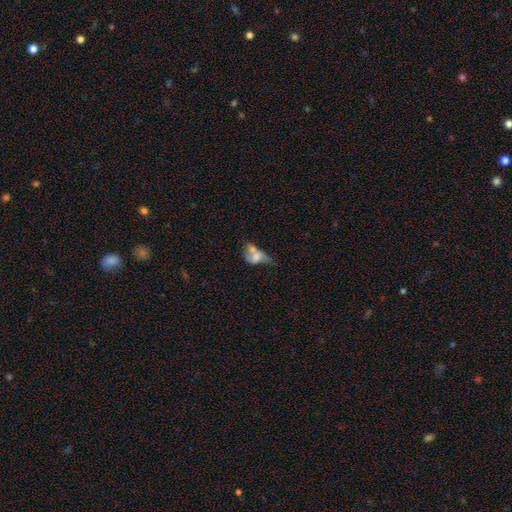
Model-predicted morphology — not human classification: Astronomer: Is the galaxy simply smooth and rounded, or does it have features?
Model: smooth — 50% (runner-up: featured or disk, 40%).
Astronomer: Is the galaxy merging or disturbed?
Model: merger — 53%.